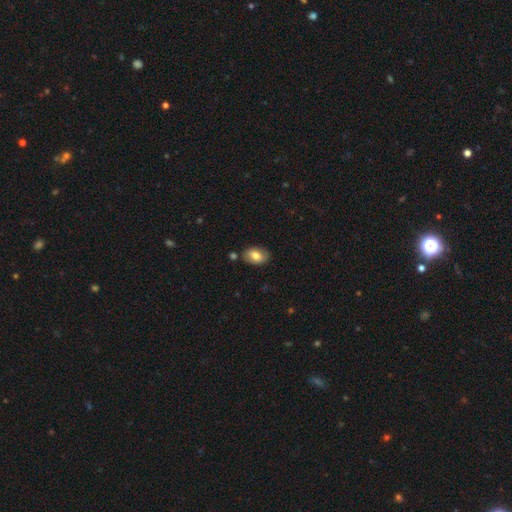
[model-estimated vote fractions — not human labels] smooth-or-featured: smooth: 75% | featured or disk: 18% | star or artifact: 7%
  how-rounded: in between: 87% | round: 12% | cigar-shaped: 1%
  merging: none: 80% | minor disturbance: 13% | merger: 4% | major disturbance: 3%